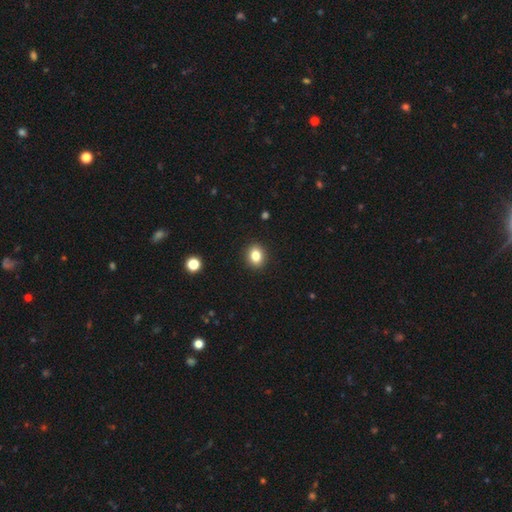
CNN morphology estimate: This appears to be a smooth galaxy with no disk features (82%) that is round (57%). Merging: none (91%).